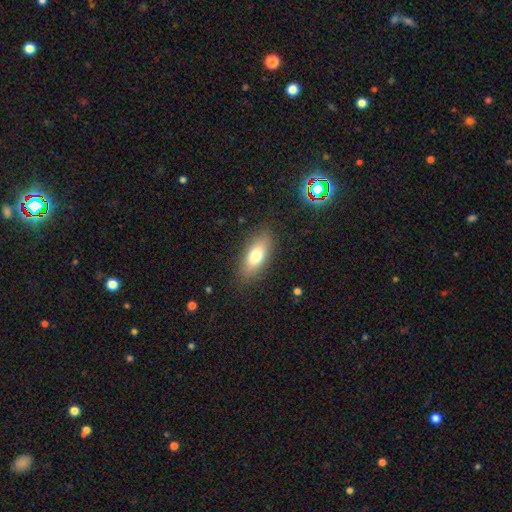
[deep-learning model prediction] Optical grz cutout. It shows a smooth galaxy with no disk features (74%) that is in between round and cigar-shaped (79%). Merging: none (84%).